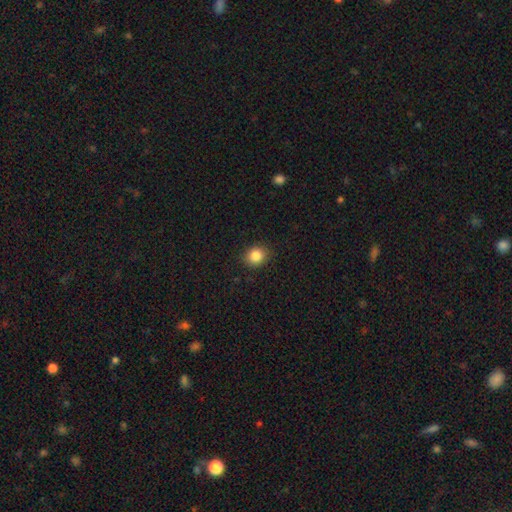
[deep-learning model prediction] A smooth galaxy with no disk features (85%) that is round (73%).

Vote fractions:
- Smooth or featured? smooth: 85% / star or artifact: 10% / featured or disk: 4%
- How rounded? round: 73% / in between: 26% / cigar-shaped: 1%
- Merging? none: 88% / minor disturbance: 9% / major disturbance: 2% / merger: 1%